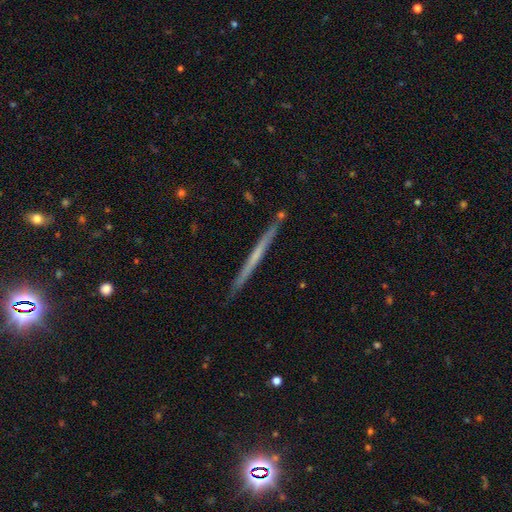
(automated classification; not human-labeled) Q: Smooth or featured?
A: featured or disk (57%); runner-up: smooth (37%)
Q: Edge-on disk?
A: yes (98%); runner-up: no (2%)
Q: Edge-on bulge?
A: none (89%); runner-up: rounded (8%)
Q: Merging?
A: none (90%); runner-up: minor disturbance (7%)